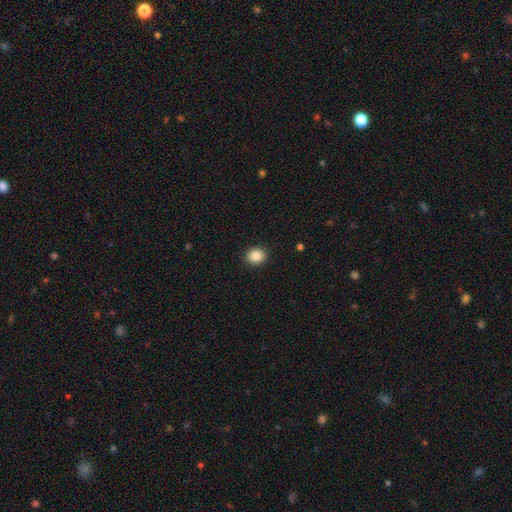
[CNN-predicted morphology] A smooth galaxy with no disk features (86%) that is round (78%). Merging: none (91%).